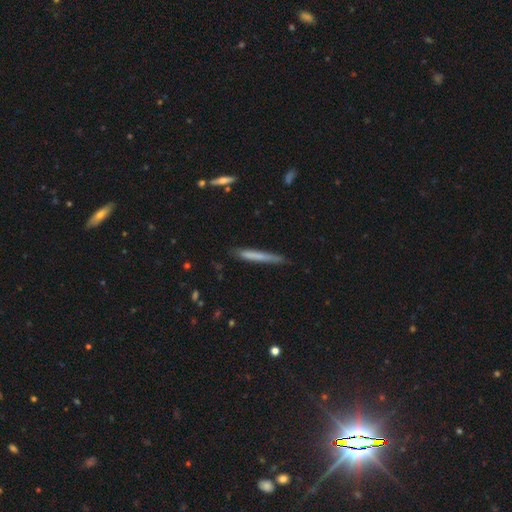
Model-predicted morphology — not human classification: smooth_or_featured: smooth (p=0.66) [alt: featured or disk p=0.28]
how_rounded: cigar-shaped (p=0.96) [alt: in between p=0.02]
merging: none (p=0.80) [alt: minor disturbance p=0.16]